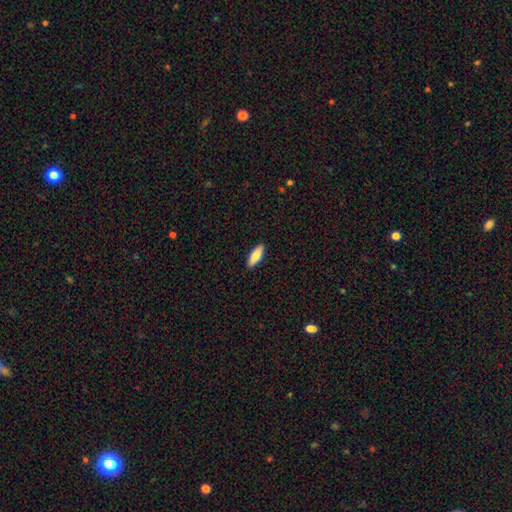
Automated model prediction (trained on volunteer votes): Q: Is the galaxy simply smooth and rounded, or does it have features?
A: smooth — 77%.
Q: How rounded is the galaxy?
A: in between — 63%.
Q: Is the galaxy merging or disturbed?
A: none — 91%.